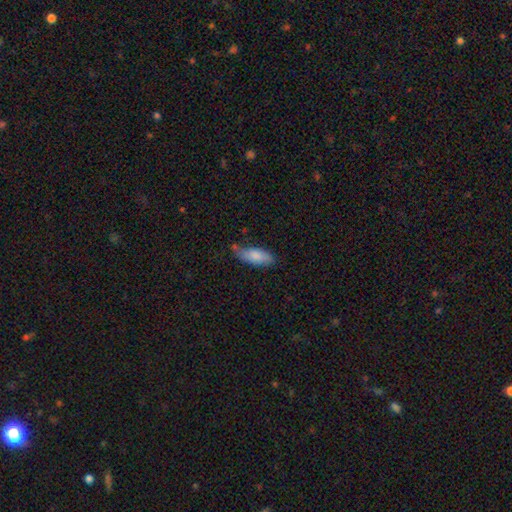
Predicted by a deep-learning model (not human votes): smooth 79%, featured or disk 15%, star or artifact 6%. Down the decision tree: how rounded — in between (78%); merging — none (54%).